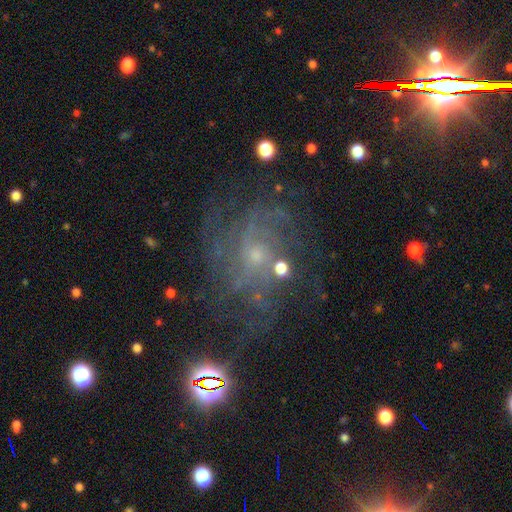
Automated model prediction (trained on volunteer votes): Smooth or featured? featured or disk (69%)
Edge-on disk? no (97%)
Bar? no (72%)
Spiral arms? yes (87%)
Spiral winding? tight (43%)
Spiral arm count? can't tell (41%)
Bulge size? small (72%)
Merging? none (63%)